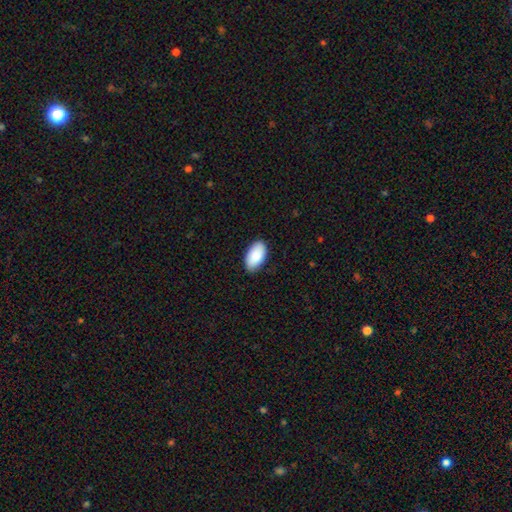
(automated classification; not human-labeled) smooth 88%, featured or disk 6%, star or artifact 6%. Down the decision tree: how rounded — in between (96%); merging — none (87%).